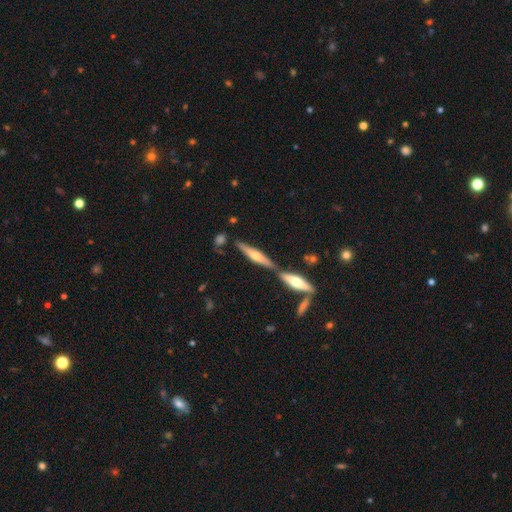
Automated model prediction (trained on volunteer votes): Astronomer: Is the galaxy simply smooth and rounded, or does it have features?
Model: featured or disk — 56% (runner-up: smooth, 38%).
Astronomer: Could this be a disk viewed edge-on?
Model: yes — 94%.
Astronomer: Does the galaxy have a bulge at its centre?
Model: rounded — 87%.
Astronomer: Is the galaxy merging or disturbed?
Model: none — 62%.